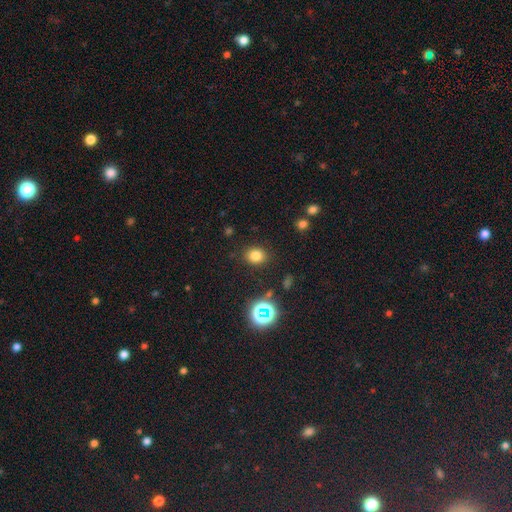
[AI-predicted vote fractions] Smooth or featured?
  - smooth: 77% *
  - star or artifact: 17%
  - featured or disk: 6%
How rounded?
  - round: 64% *
  - in between: 36%
  - cigar-shaped: 1%
Merging?
  - none: 87% *
  - minor disturbance: 8%
  - major disturbance: 3%
  - merger: 2%